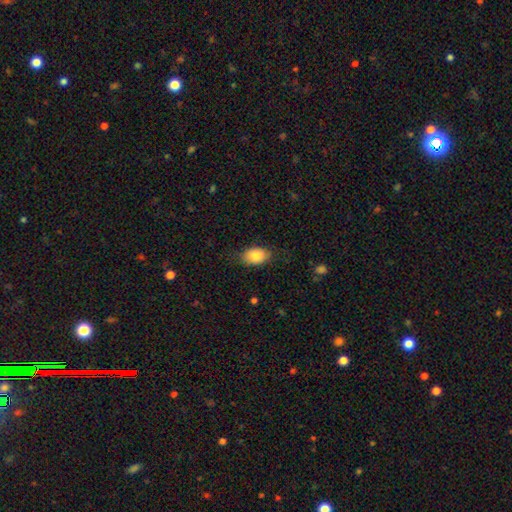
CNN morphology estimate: The model was most divided on "merging": none: 78%, minor disturbance: 17%, major disturbance: 4%, merger: 1%. More confident: how rounded — in between (85%); smooth or featured — smooth (82%).